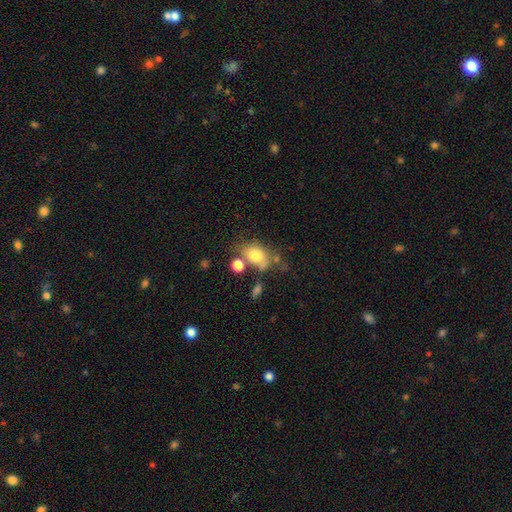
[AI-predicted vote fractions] This appears to be a smooth galaxy with no disk features (73%) that is in between round and cigar-shaped (67%). Merging: none (43%).